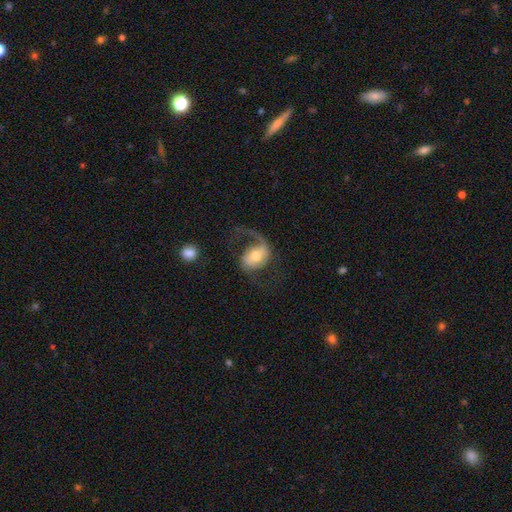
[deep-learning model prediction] smooth-or-featured: featured or disk: 72% | smooth: 22% | star or artifact: 7%
  disk-edge-on: no: 97% | yes: 3%
    bar: no: 40% | weak: 38% | strong: 22%
    has-spiral-arms: yes: 89% | no: 11%
      spiral-winding: loose: 66% | medium: 28% | tight: 6%
      spiral-arm-count: 2: 58% | 1: 36% | can't tell: 3% | 3: 1% | 4: 1% | more than 4: 1%
    bulge-size: moderate: 68% | small: 17% | large: 11% | dominant: 2% | none: 1%
  merging: none: 47% | major disturbance: 33% | minor disturbance: 17% | merger: 3%